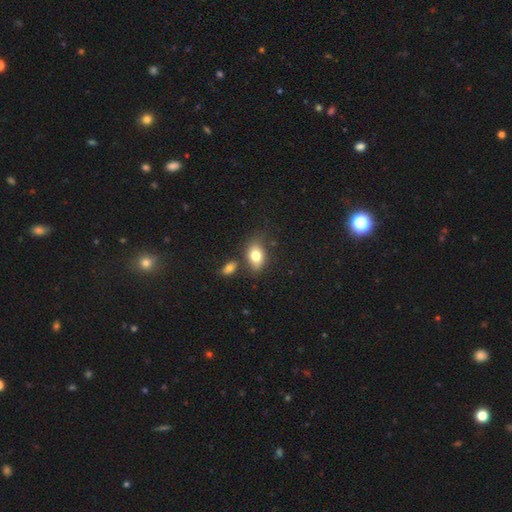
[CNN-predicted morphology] A smooth galaxy with no disk features (78%) that is in between round and cigar-shaped (85%).

Vote fractions:
- Smooth or featured? smooth: 78% / featured or disk: 14% / star or artifact: 8%
- How rounded? in between: 85% / round: 13% / cigar-shaped: 2%
- Merging? none: 65% / minor disturbance: 16% / merger: 14% / major disturbance: 5%